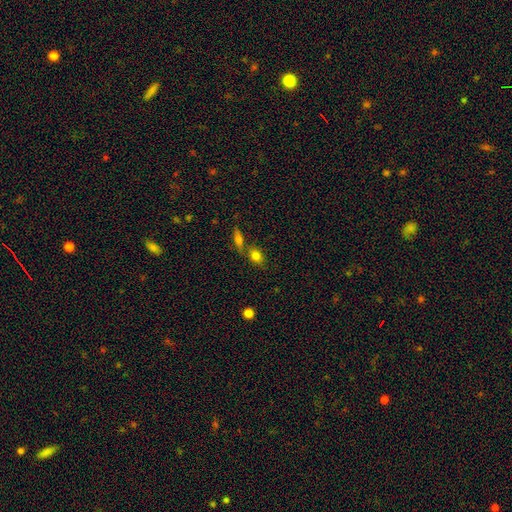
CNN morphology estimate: A smooth galaxy with no disk features (80%) that is in between round and cigar-shaped (62%). Merging: none (53%).